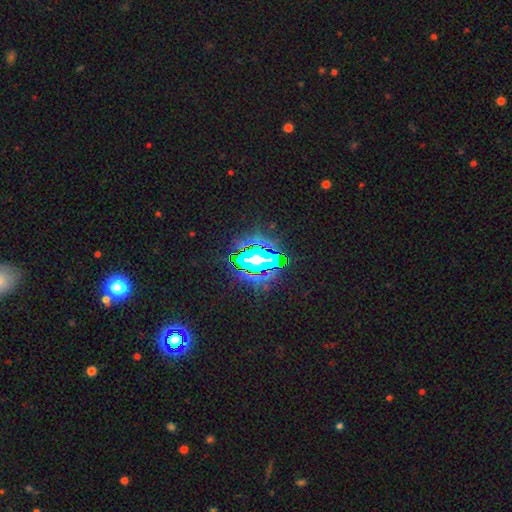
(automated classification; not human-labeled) Overall: star or artifact (79%).